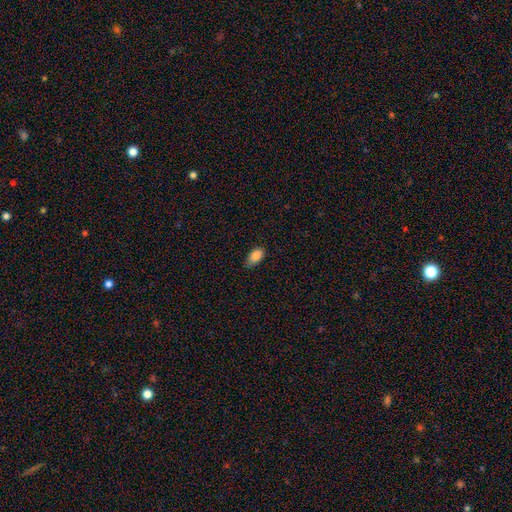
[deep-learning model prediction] A smooth galaxy with no disk features (86%) that is in between round and cigar-shaped (92%). Merging: none (76%).